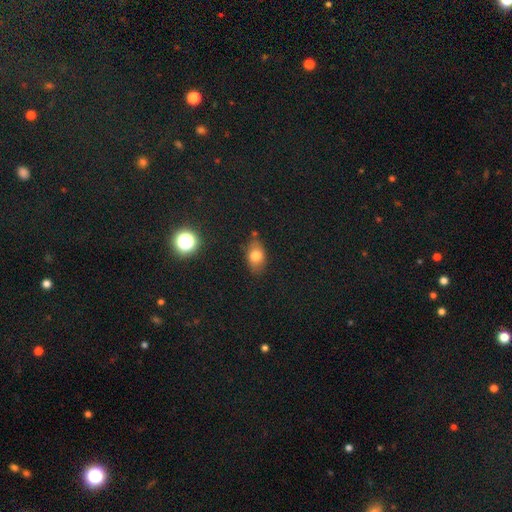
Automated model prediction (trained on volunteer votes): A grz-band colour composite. It shows a smooth galaxy with no disk features (76%) that is in between round and cigar-shaped (80%). Merging: none (76%).